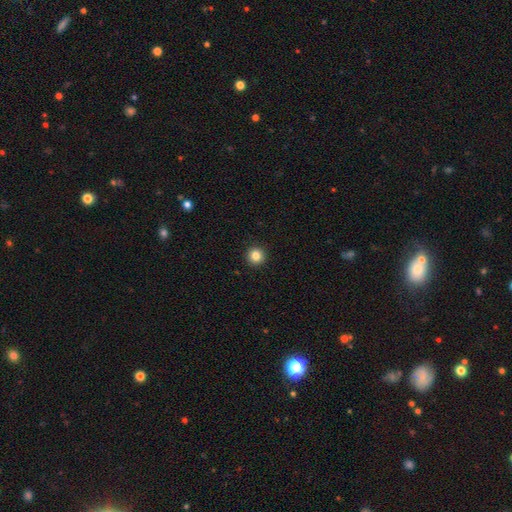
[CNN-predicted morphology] The model was most divided on "smooth or featured": smooth: 84%, star or artifact: 11%, featured or disk: 5%. More confident: how rounded — round (95%); merging — none (94%).